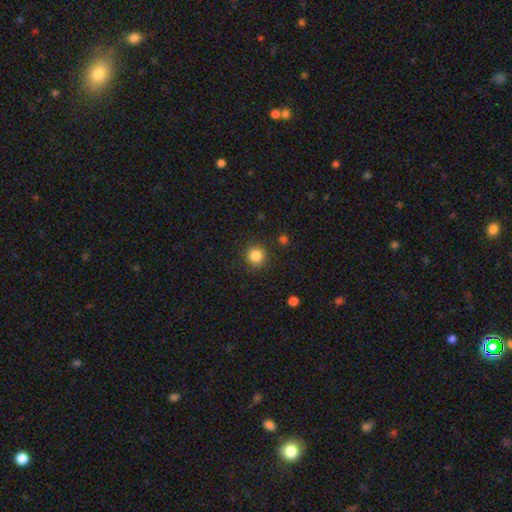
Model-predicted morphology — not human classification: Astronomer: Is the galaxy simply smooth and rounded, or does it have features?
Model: smooth — 85%.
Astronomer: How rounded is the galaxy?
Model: round — 94%.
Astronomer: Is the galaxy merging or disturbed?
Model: none — 89%.